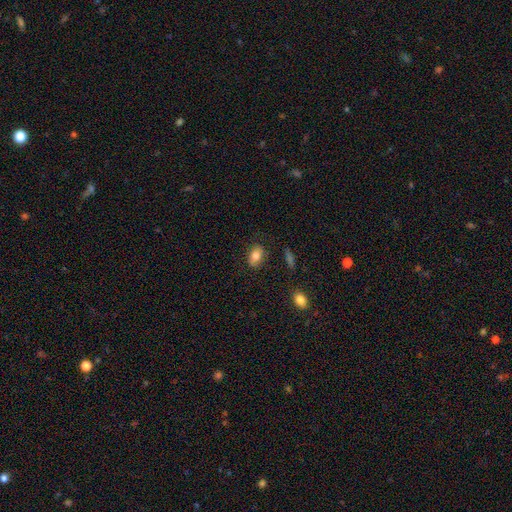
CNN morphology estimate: smooth 80%, featured or disk 11%, star or artifact 9%. Down the decision tree: how rounded — in between (83%); merging — none (81%).